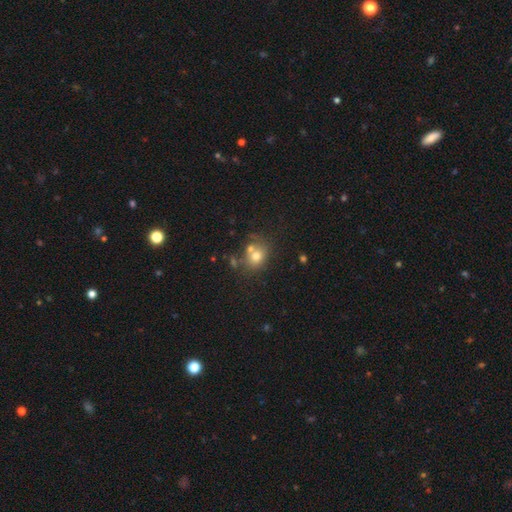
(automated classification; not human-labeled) Overall: smooth (71%). How rounded: round (66%; in between 33%). Merging: none (55%; merger 26%).